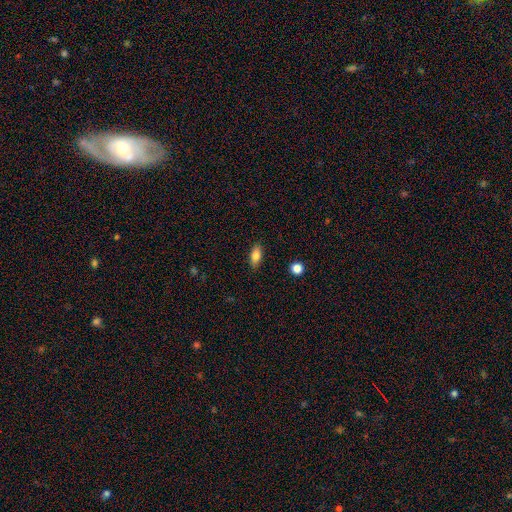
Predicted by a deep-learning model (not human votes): The model was most divided on "smooth or featured": smooth: 81%, featured or disk: 11%, star or artifact: 8%. More confident: merging — none (88%); how rounded — in between (86%).